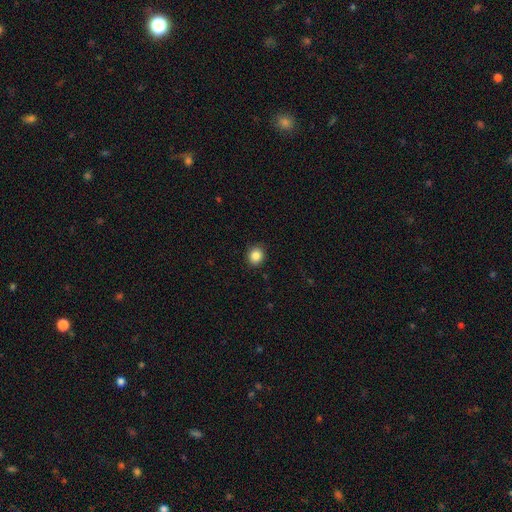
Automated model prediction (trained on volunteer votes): smooth_or_featured: smooth (p=0.86) [alt: star or artifact p=0.10]
how_rounded: round (p=0.84) [alt: in between p=0.15]
merging: none (p=0.90) [alt: minor disturbance p=0.07]